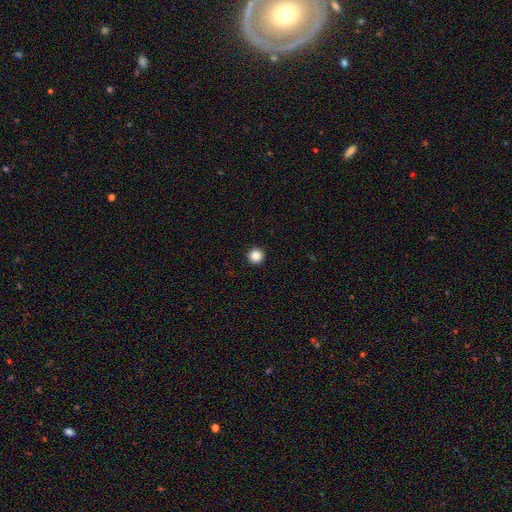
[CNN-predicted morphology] This is clearly a smooth galaxy (87%). How rounded: clearly round (97%). Merging: clearly none (94%).